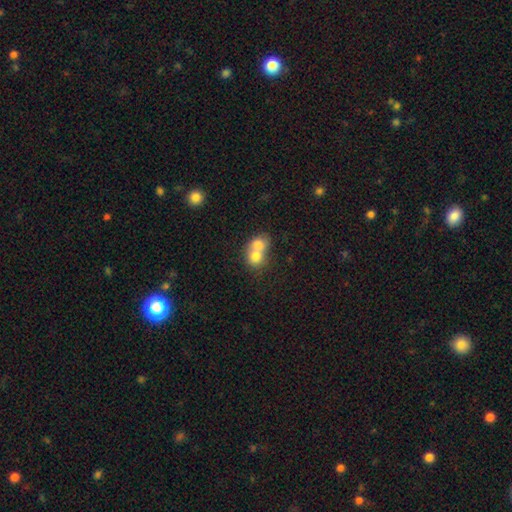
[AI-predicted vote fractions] Smooth or featured? smooth (72%)
How rounded? round (67%)
Merging? merger (75%)